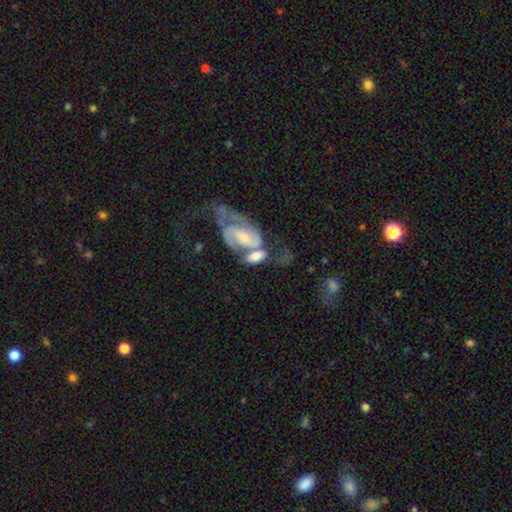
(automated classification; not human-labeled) smooth-or-featured: featured or disk: 65% | smooth: 28% | star or artifact: 6%
  disk-edge-on: no: 94% | yes: 6%
    bar: no: 48% | weak: 37% | strong: 15%
    has-spiral-arms: yes: 87% | no: 13%
      spiral-winding: medium: 42% | tight: 30% | loose: 28%
      spiral-arm-count: 2: 78% | can't tell: 11% | 1: 5% | 3: 3% | 4: 2% | more than 4: 1%
    bulge-size: small: 51% | moderate: 34% | large: 7% | none: 6% | dominant: 2%
  merging: merger: 60% | none: 17% | major disturbance: 14% | minor disturbance: 10%